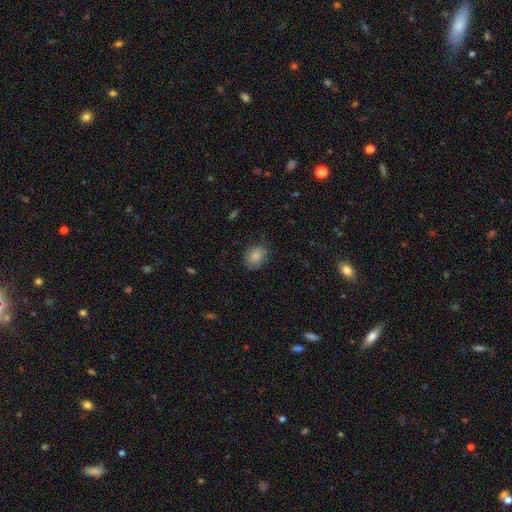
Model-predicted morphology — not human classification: smooth 85%, star or artifact 8%, featured or disk 7%. Down the decision tree: how rounded — in between (58%); merging — none (76%).